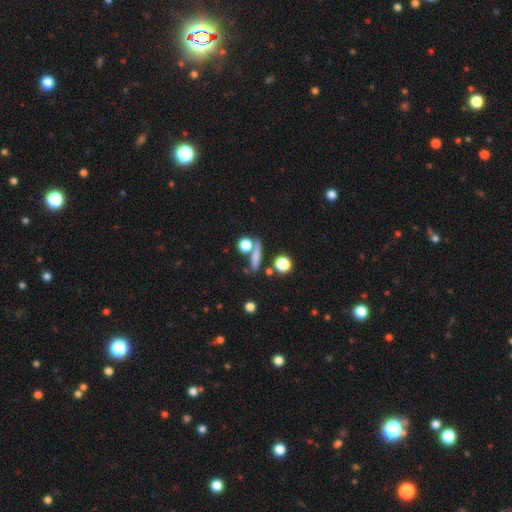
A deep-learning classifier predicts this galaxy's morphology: Smooth or featured: smooth — 71% (featured or disk — 17%)
How rounded: cigar-shaped — 54% (round — 28%)
Merging: none — 71% (merger — 14%)